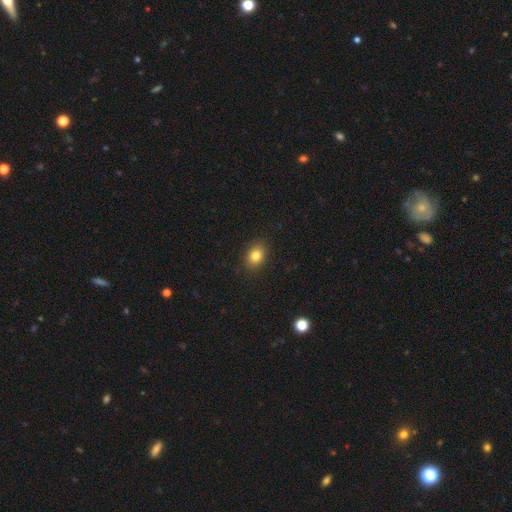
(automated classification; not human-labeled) This appears to be a smooth galaxy with no disk features (83%) that is in between round and cigar-shaped (67%). Merging: none (88%).